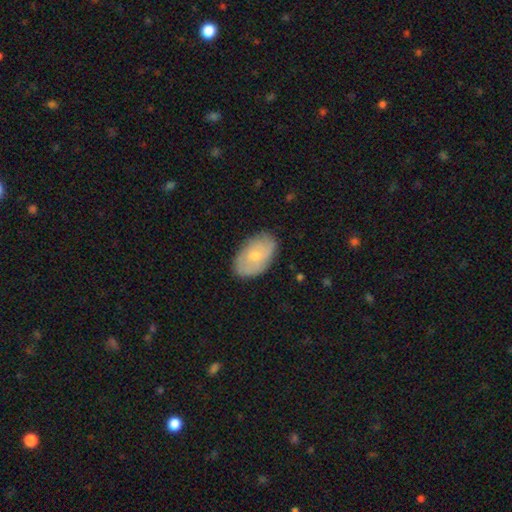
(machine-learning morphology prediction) Smooth or featured?
  - smooth: 59% *
  - featured or disk: 35%
  - star or artifact: 6%
How rounded?
  - in between: 91% *
  - round: 8%
  - cigar-shaped: 1%
Merging?
  - none: 79% *
  - minor disturbance: 16%
  - major disturbance: 3%
  - merger: 1%